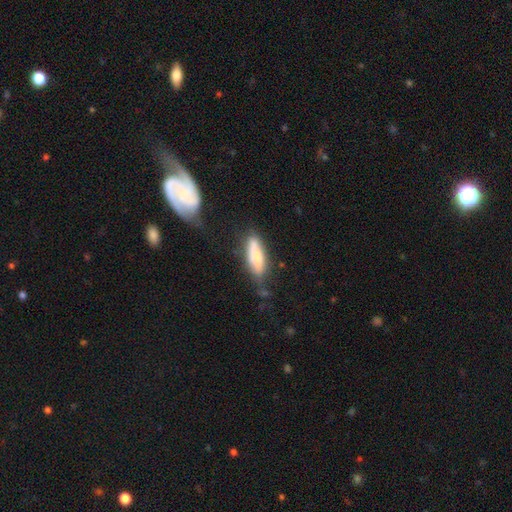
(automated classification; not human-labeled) smooth_or_featured: smooth (p=0.71) [alt: featured or disk p=0.22]
how_rounded: in between (p=0.52) [alt: cigar-shaped p=0.47]
merging: none (p=0.57) [alt: minor disturbance p=0.26]